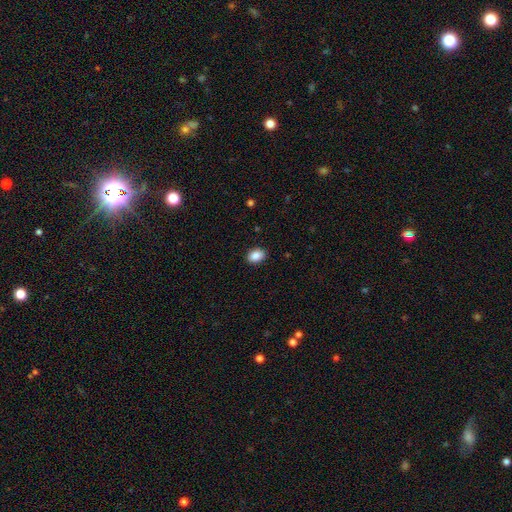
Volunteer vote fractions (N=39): Overall: smooth (92%). How rounded: in between (92%). Merging: none (87%).